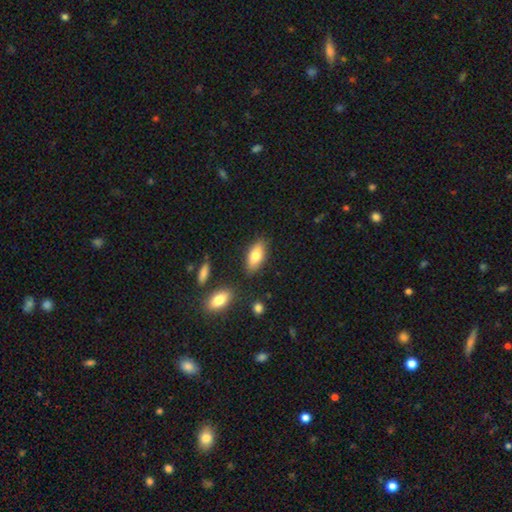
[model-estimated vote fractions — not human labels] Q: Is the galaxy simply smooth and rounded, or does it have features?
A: smooth — 77%.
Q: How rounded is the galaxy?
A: in between — 86%.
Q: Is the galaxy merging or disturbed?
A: none — 81%.